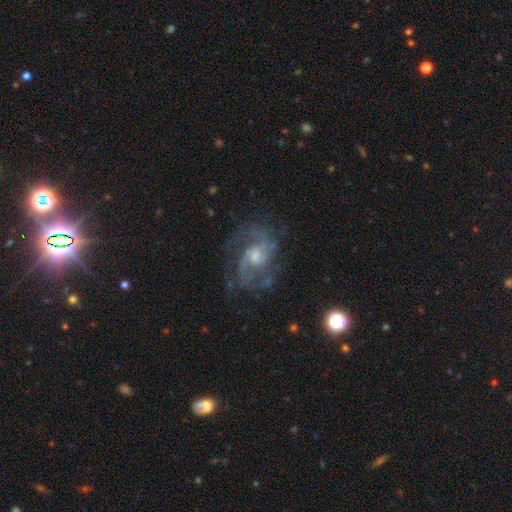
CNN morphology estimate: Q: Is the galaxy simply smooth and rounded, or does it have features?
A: featured or disk — 87%.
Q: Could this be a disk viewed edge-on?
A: no — 98%.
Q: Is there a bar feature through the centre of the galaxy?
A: no — 50%.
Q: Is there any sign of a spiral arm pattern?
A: yes — 96%.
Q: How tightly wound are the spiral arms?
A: medium — 56%.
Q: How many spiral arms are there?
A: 2 — 64%.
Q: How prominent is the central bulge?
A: small — 45%.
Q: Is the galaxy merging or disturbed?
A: none — 68%.